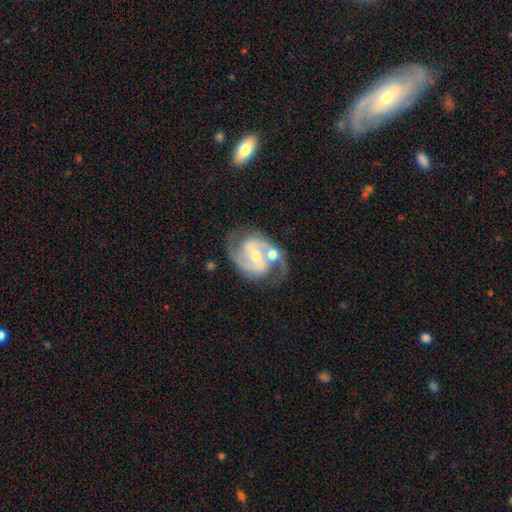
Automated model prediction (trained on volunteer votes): Morphology: type=featured or disk (89%); edge-on=no (97%); bar=weak (41%); spiral arms=yes (97%); winding=medium (57%); arm count=2 (90%); bulge=moderate (51%); merging=none (60%).